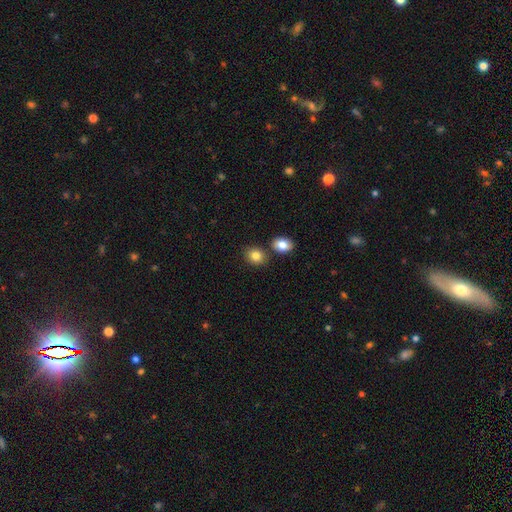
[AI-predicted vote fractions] Q: Smooth or featured?
A: smooth (84%); runner-up: star or artifact (9%)
Q: How rounded?
A: round (57%); runner-up: in between (42%)
Q: Merging?
A: none (73%); runner-up: merger (14%)